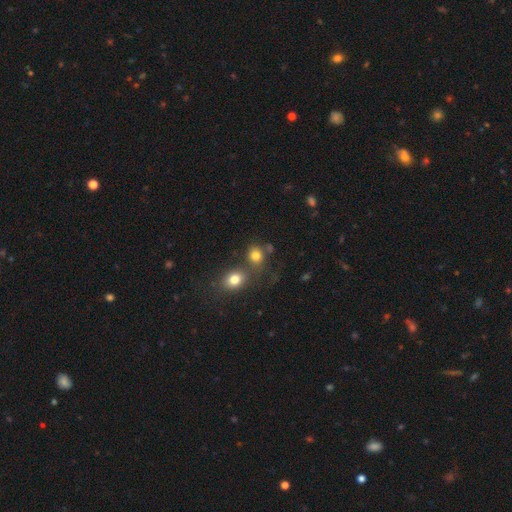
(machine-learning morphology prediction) type=smooth (79%); roundness=round (72%); merging=none (57%).